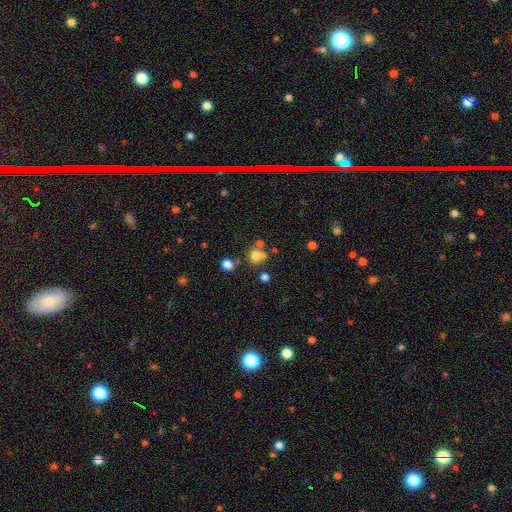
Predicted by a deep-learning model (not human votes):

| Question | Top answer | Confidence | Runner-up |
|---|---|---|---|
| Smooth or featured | smooth | 70% | star or artifact (18%) |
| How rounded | round | 87% | in between (12%) |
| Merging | none | 61% | merger (26%) |